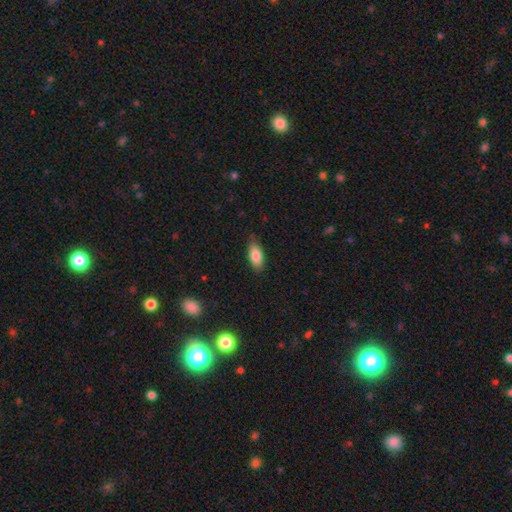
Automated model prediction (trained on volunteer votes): smooth 83%, featured or disk 10%, star or artifact 7%. Down the decision tree: how rounded — in between (84%); merging — none (80%).